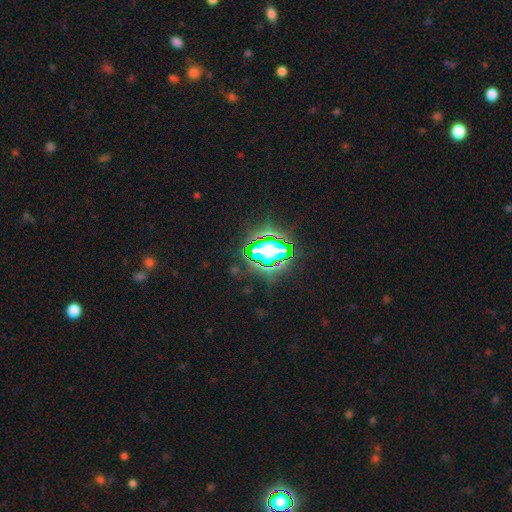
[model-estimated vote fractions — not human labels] smooth_or_featured: star or artifact (p=0.75) [alt: smooth p=0.15]